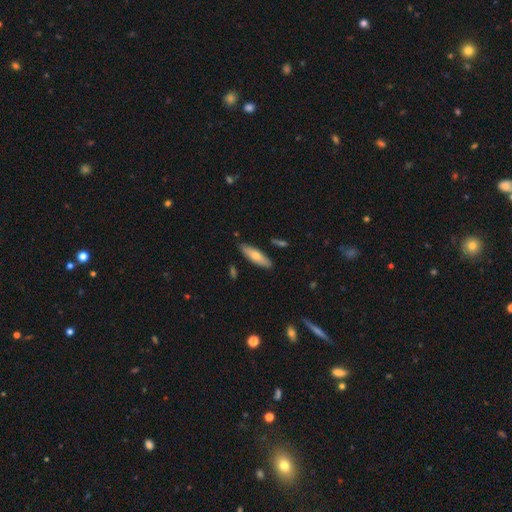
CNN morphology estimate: Overall: smooth (64%; featured or disk 30%). How rounded: cigar-shaped (51%; in between 47%). Merging: none (86%).